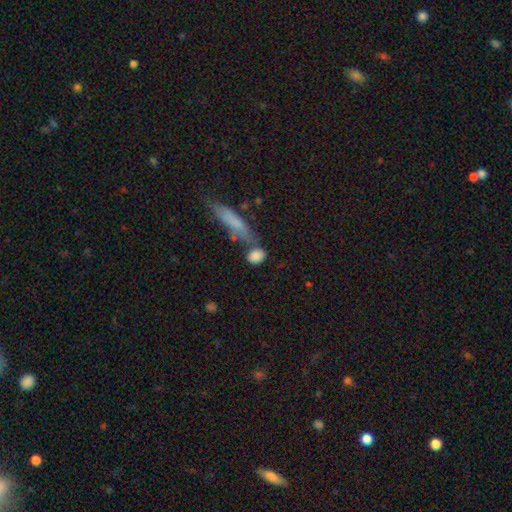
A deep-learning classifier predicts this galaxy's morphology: Q: Smooth or featured?
A: smooth (83%); runner-up: featured or disk (9%)
Q: How rounded?
A: round (44%); runner-up: in between (43%)
Q: Merging?
A: none (55%); runner-up: merger (20%)